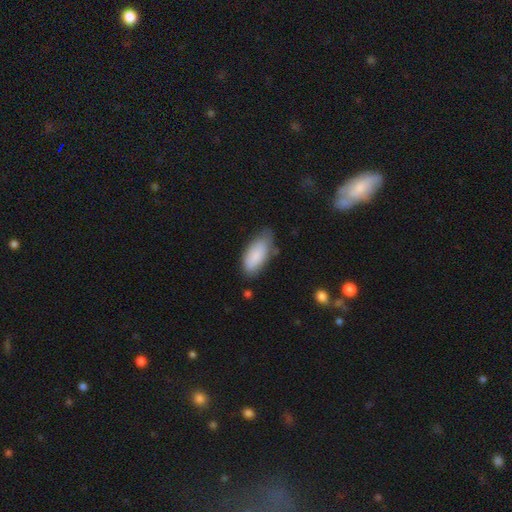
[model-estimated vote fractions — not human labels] smooth-or-featured: smooth: 86% | featured or disk: 8% | star or artifact: 6%
  how-rounded: in between: 89% | cigar-shaped: 9% | round: 2%
  merging: none: 55% | minor disturbance: 34% | major disturbance: 7% | merger: 3%